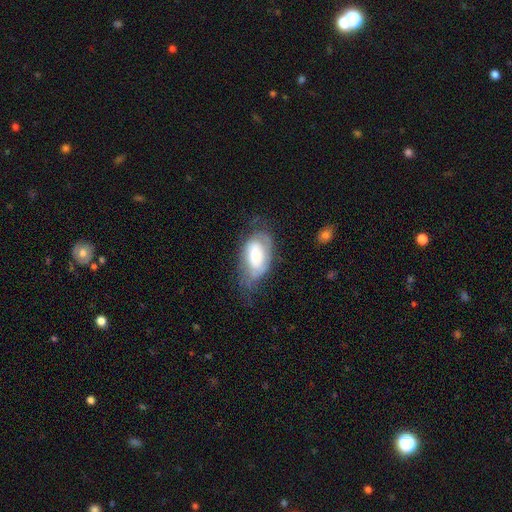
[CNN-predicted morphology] Smooth or featured? Predicted: featured or disk (p=0.47). Merging? Predicted: none (p=0.40).